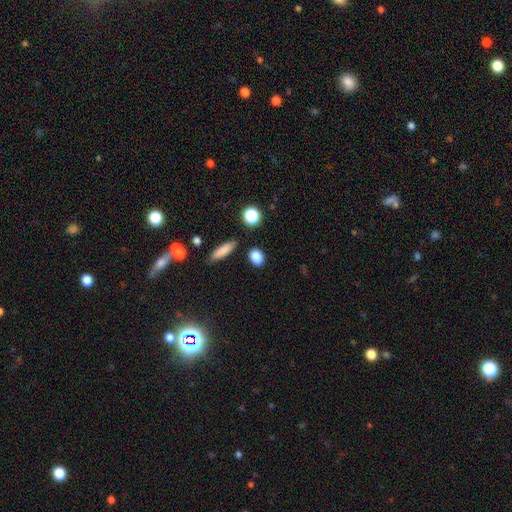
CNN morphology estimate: Smooth or featured: smooth — 85% (star or artifact — 9%)
How rounded: in between — 68% (round — 27%)
Merging: none — 83% (minor disturbance — 10%)